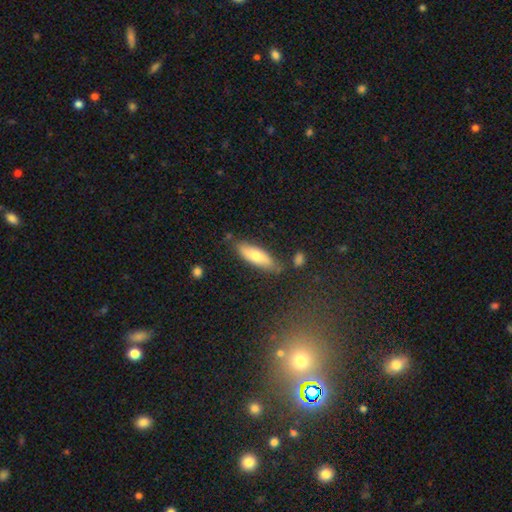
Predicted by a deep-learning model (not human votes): smooth 63%, featured or disk 30%, star or artifact 7%. Down the decision tree: how rounded — cigar-shaped (49%, tied with in between); merging — none (80%).